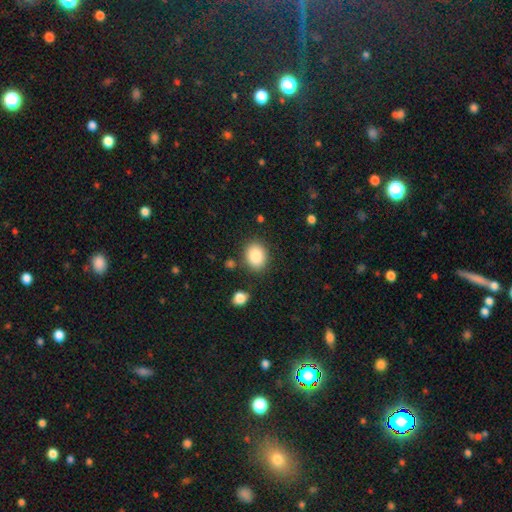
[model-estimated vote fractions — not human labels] A smooth galaxy with no disk features (87%) that is in between round and cigar-shaped (56%).

Vote fractions:
- Smooth or featured? smooth: 87% / star or artifact: 8% / featured or disk: 5%
- How rounded? in between: 56% / round: 44% / cigar-shaped: 1%
- Merging? none: 82% / minor disturbance: 11% / merger: 4% / major disturbance: 3%